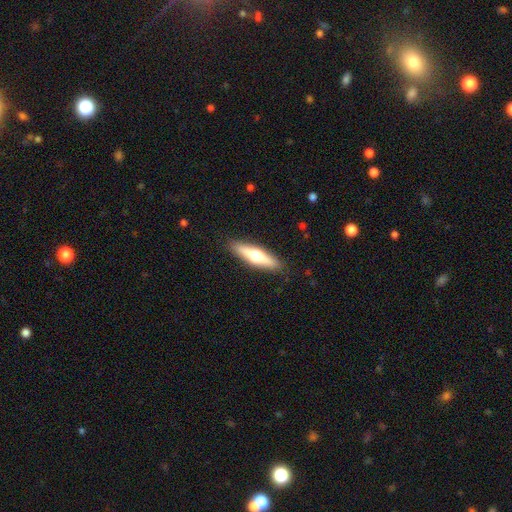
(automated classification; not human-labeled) Morphology: type=featured or disk (47%, tied with smooth); merging=none (89%).